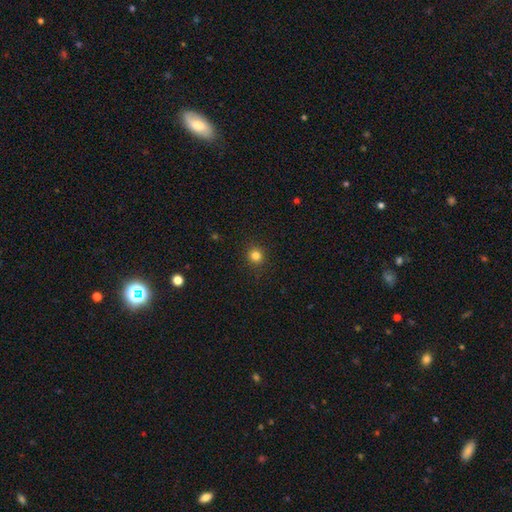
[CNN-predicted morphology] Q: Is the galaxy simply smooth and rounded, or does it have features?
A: smooth — 82%.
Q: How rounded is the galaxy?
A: round — 90%.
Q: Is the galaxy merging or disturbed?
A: none — 91%.